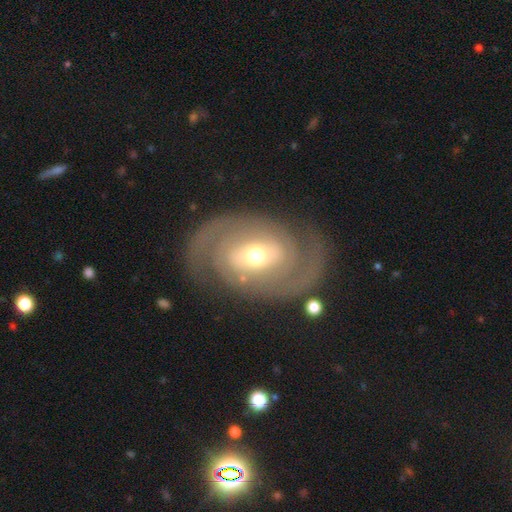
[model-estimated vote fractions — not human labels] Smooth or featured: featured or disk — 85% (smooth — 10%)
Edge-on disk: no — 96% (yes — 4%)
Bar: no — 55% (weak — 30%)
Spiral arms: yes — 92% (no — 8%)
Spiral winding: tight — 58% (medium — 32%)
Spiral arm count: 2 — 80% (can't tell — 9%)
Bulge size: moderate — 57% (small — 34%)
Merging: none — 78% (minor disturbance — 13%)